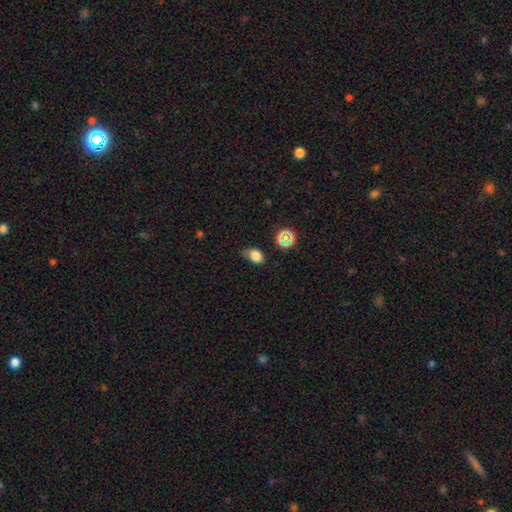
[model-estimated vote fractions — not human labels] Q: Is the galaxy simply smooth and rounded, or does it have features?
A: smooth — 79%.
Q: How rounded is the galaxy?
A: in between — 71%.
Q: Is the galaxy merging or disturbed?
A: none — 55%.